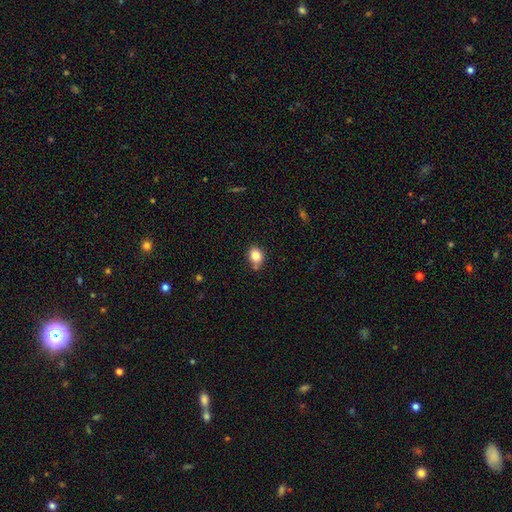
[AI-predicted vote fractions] smooth_or_featured: smooth (p=0.83) [alt: star or artifact p=0.10]
how_rounded: round (p=0.50) [alt: in between p=0.49]
merging: none (p=0.67) [alt: minor disturbance p=0.22]